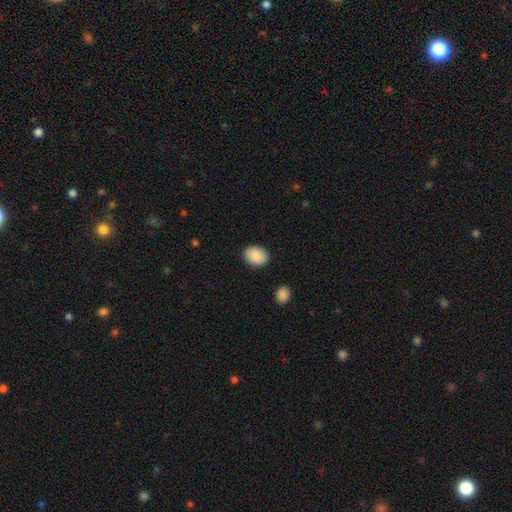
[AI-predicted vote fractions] smooth_or_featured: smooth (p=0.88) [alt: star or artifact p=0.07]
how_rounded: in between (p=0.66) [alt: round p=0.33]
merging: none (p=0.88) [alt: minor disturbance p=0.08]